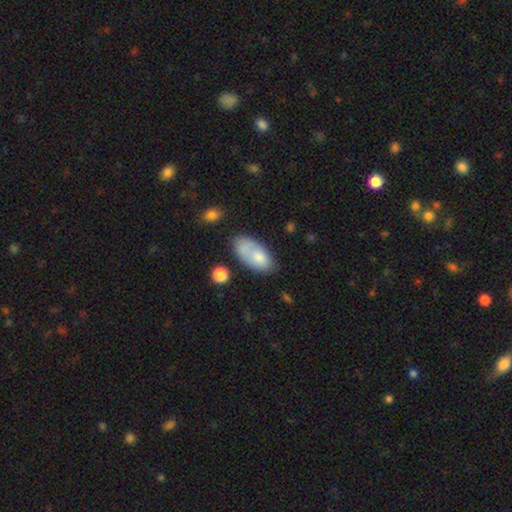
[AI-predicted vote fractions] A smooth galaxy with no disk features (74%) that is in between round and cigar-shaped (92%).

Vote fractions:
- Smooth or featured? smooth: 74% / featured or disk: 19% / star or artifact: 7%
- How rounded? in between: 92% / round: 4% / cigar-shaped: 4%
- Merging? none: 44% / minor disturbance: 24% / merger: 21% / major disturbance: 11%